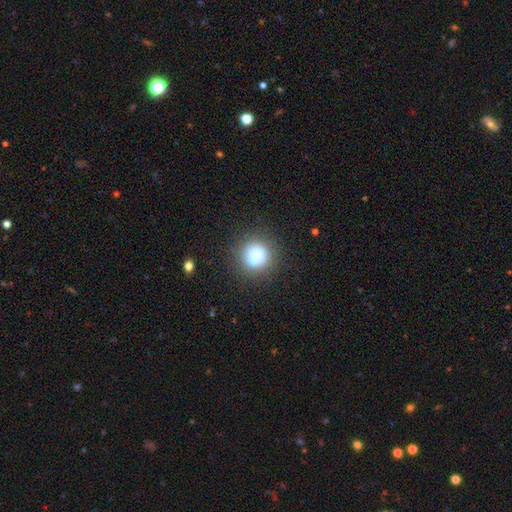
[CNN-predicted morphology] Smooth or featured? smooth (71%)
How rounded? round (92%)
Merging? none (67%)